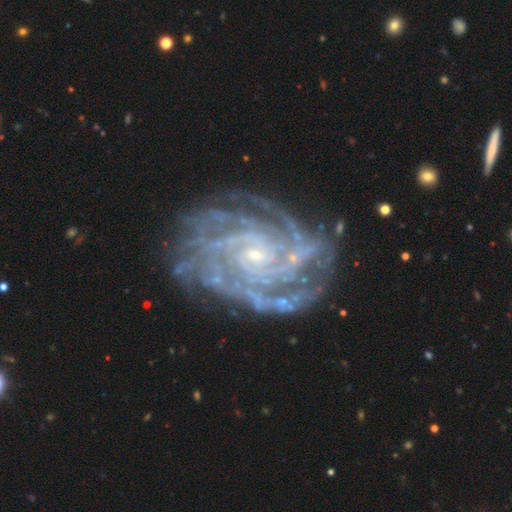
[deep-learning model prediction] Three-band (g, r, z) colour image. It shows a featured or disk galaxy (91%) with no bar (68%), 4 (25%) tight (74%) spiral arms (98%) and a small central bulge (84%). Merging: none (75%).